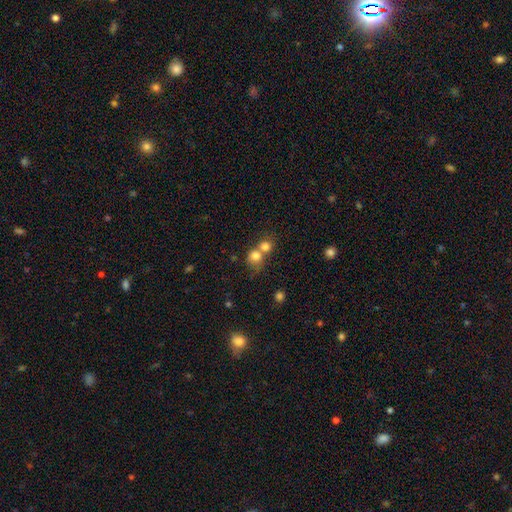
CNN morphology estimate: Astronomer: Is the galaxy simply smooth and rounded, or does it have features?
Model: smooth — 78%.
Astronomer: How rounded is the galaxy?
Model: round — 79%.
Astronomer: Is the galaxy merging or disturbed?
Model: merger — 60%.